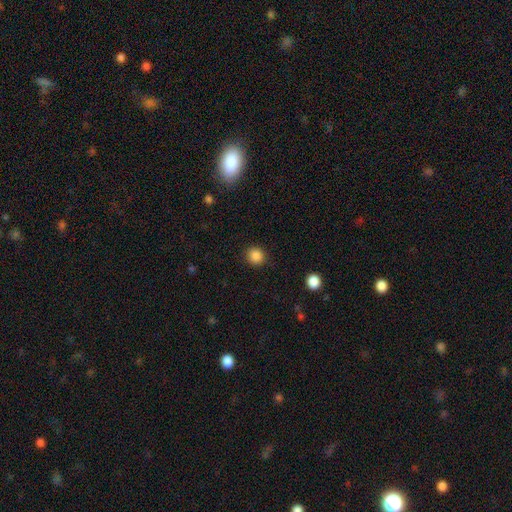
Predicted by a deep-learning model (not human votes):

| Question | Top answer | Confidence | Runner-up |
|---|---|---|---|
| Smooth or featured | smooth | 86% | star or artifact (11%) |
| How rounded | round | 91% | in between (8%) |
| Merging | none | 90% | minor disturbance (6%) |